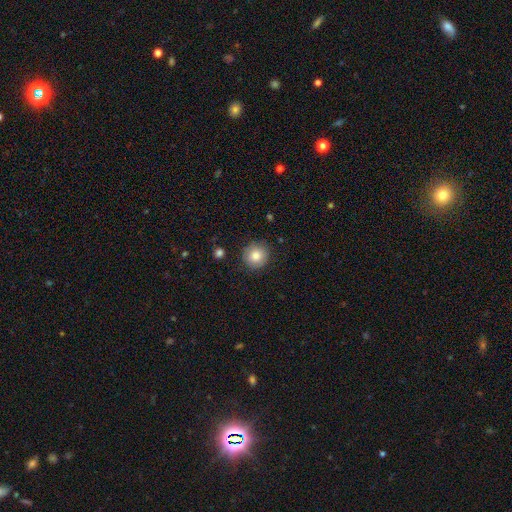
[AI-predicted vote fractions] Smooth or featured?
  - smooth: 80% *
  - featured or disk: 11%
  - star or artifact: 9%
How rounded?
  - round: 92% *
  - in between: 7%
  - cigar-shaped: 1%
Merging?
  - none: 84% *
  - minor disturbance: 11%
  - major disturbance: 3%
  - merger: 1%